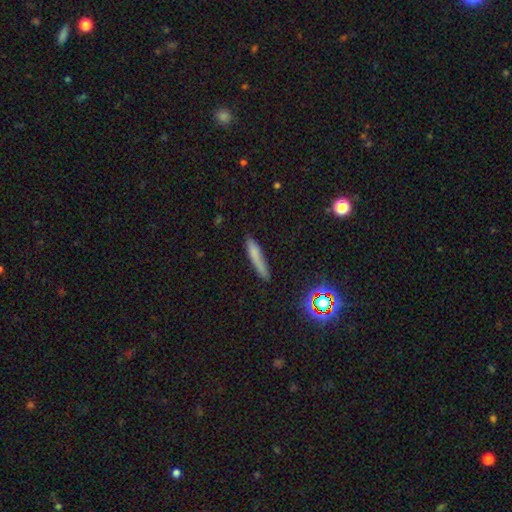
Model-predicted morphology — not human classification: smooth 69%, featured or disk 18%, star or artifact 13%. Down the decision tree: how rounded — cigar-shaped (90%); merging — none (75%).